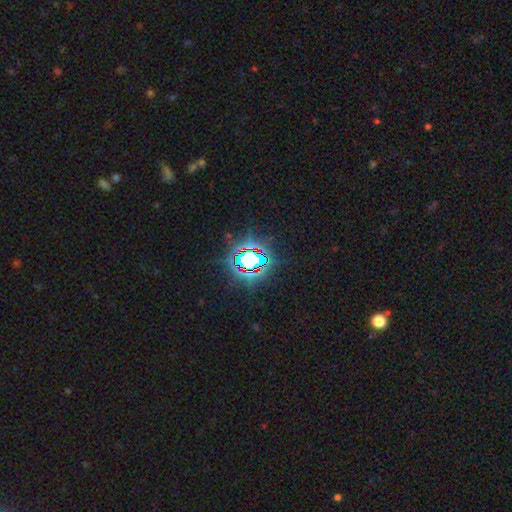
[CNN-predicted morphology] star or artifact 81%, smooth 11%, featured or disk 8%.